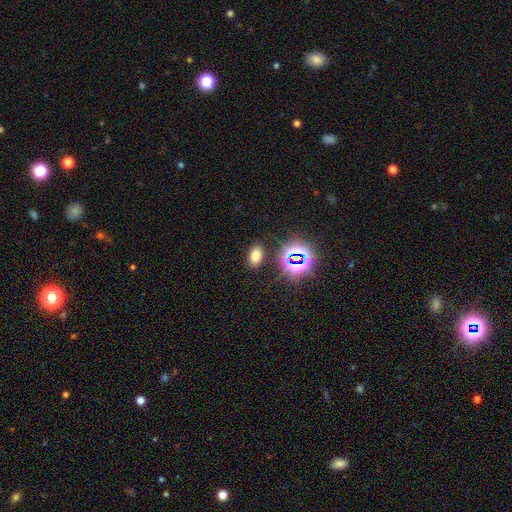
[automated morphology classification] Q: Smooth or featured?
A: smooth (69%); runner-up: star or artifact (24%)
Q: How rounded?
A: in between (88%); runner-up: round (10%)
Q: Merging?
A: none (85%); runner-up: minor disturbance (9%)